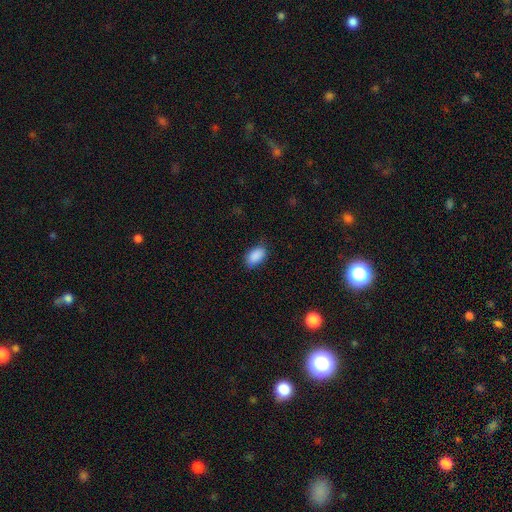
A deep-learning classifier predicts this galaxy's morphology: Smooth or featured? smooth (89%)
How rounded? in between (91%)
Merging? none (80%)